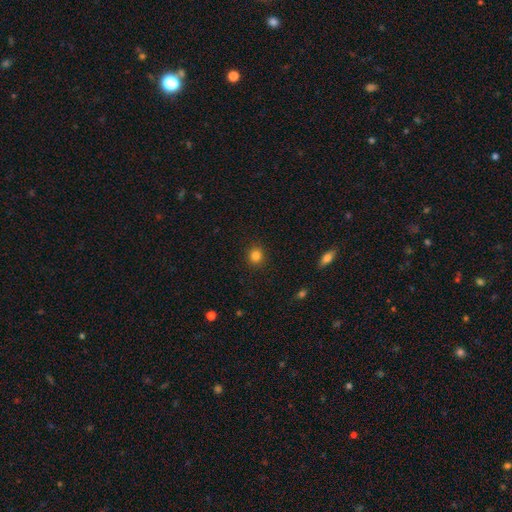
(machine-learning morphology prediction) Q: Smooth or featured?
A: smooth (83%); runner-up: star or artifact (12%)
Q: How rounded?
A: round (88%); runner-up: in between (11%)
Q: Merging?
A: none (91%); runner-up: minor disturbance (6%)